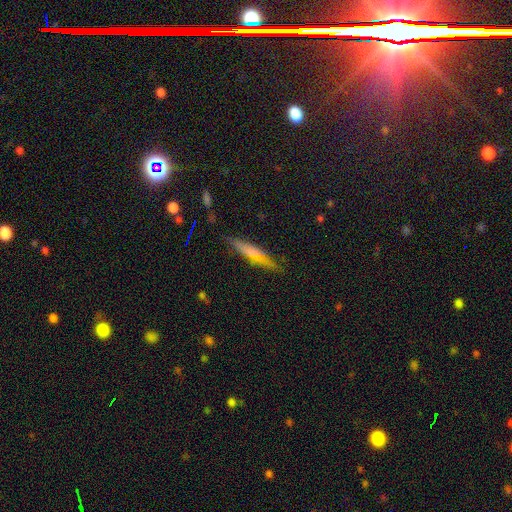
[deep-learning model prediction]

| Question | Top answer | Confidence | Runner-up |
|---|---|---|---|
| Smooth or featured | smooth | 50% | featured or disk (41%) |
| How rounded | cigar-shaped | 88% | in between (10%) |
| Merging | none | 82% | minor disturbance (13%) |